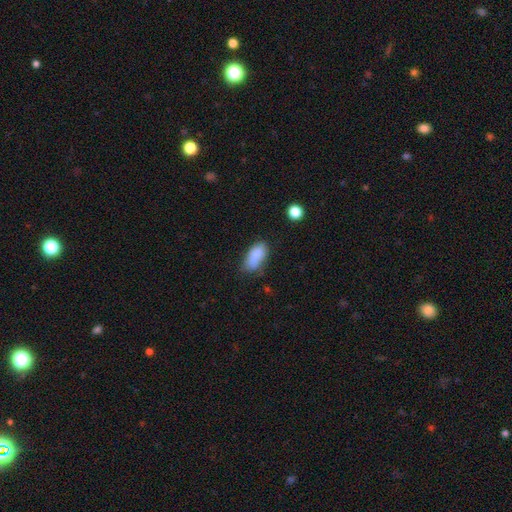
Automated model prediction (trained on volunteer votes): Smooth or featured: smooth — 82% (featured or disk — 9%)
How rounded: in between — 90% (cigar-shaped — 6%)
Merging: none — 53% (minor disturbance — 29%)